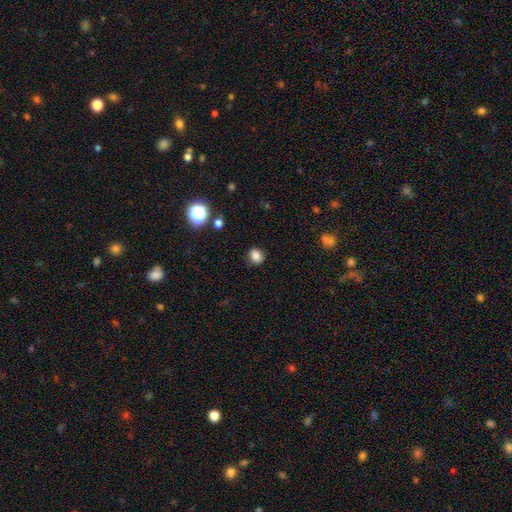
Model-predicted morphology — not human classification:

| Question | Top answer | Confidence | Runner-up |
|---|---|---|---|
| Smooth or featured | smooth | 82% | star or artifact (12%) |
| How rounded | round | 60% | in between (39%) |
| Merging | none | 87% | minor disturbance (9%) |